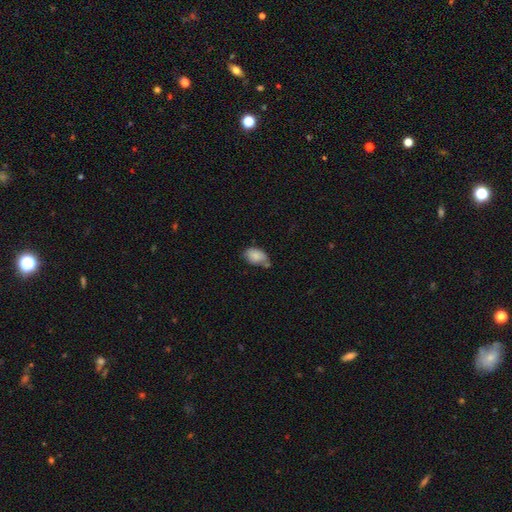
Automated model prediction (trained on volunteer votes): A smooth galaxy with no disk features (84%) that is in between round and cigar-shaped (88%). Merging: none (52%).